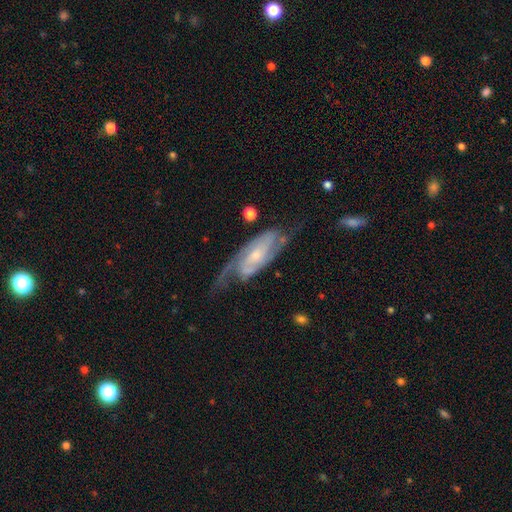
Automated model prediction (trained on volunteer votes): Morphology: type=featured or disk (86%); edge-on=no (91%); bar=no (50%); spiral arms=yes (96%); winding=medium (43%); arm count=2 (77%); bulge=small (57%); merging=none (63%).